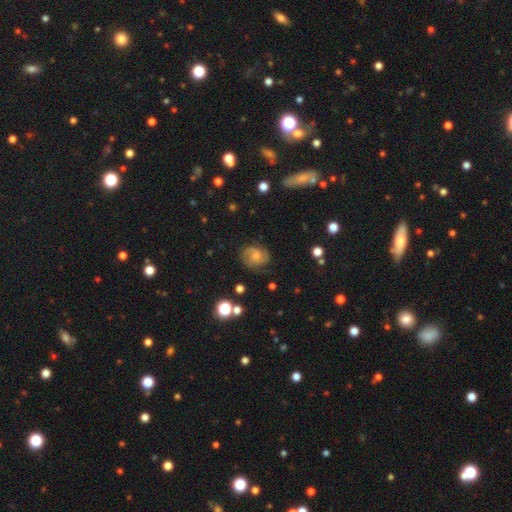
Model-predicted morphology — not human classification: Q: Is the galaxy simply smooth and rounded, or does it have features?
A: featured or disk — 64%.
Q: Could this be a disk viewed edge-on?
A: no — 97%.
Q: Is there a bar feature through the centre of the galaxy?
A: no — 67%.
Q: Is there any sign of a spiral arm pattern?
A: yes — 90%.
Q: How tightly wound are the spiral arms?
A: medium — 46%.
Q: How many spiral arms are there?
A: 2 — 63%.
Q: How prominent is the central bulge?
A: moderate — 43%.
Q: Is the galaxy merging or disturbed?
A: none — 74%.